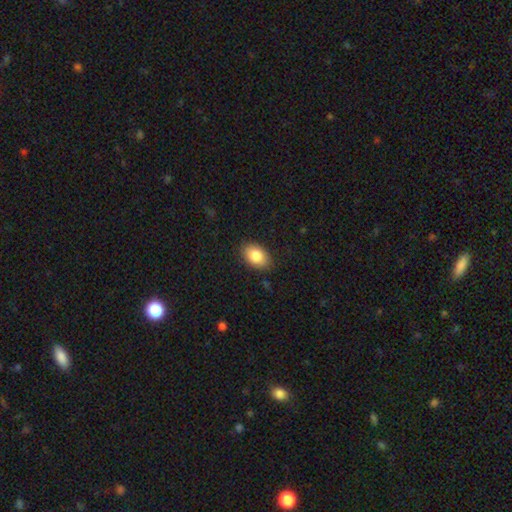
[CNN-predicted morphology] A smooth galaxy with no disk features (84%) that is in between round and cigar-shaped (87%).

Vote fractions:
- Smooth or featured? smooth: 84% / featured or disk: 8% / star or artifact: 7%
- How rounded? in between: 87% / round: 12% / cigar-shaped: 1%
- Merging? none: 87% / minor disturbance: 10% / major disturbance: 2% / merger: 1%